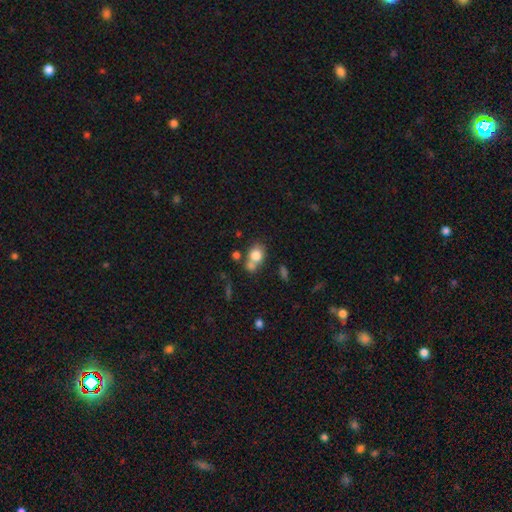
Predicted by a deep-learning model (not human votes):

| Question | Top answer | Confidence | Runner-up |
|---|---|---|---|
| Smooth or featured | smooth | 79% | featured or disk (11%) |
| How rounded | round | 53% | in between (46%) |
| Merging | none | 45% | merger (35%) |